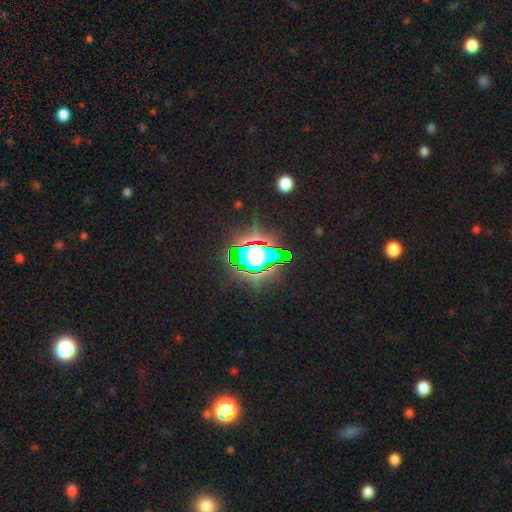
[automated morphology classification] Smooth or featured? Predicted: star or artifact (p=0.69).